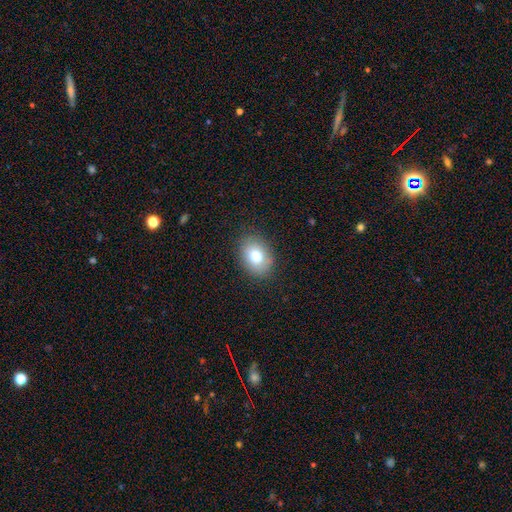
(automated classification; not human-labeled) This is likely a smooth galaxy (78%). How rounded: likely in between (69%). Merging: clearly none (86%).